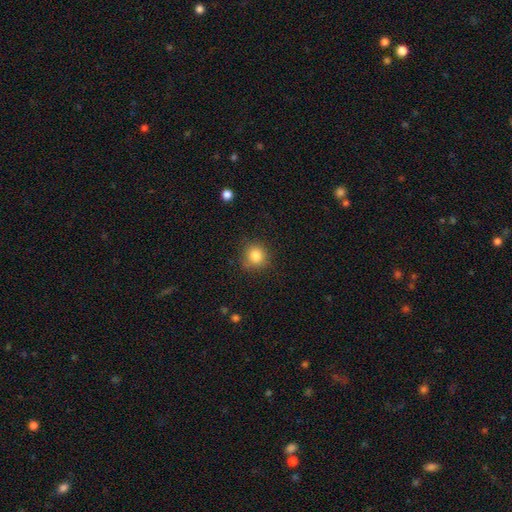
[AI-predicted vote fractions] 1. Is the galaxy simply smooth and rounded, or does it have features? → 83% smooth, 11% star or artifact, 6% featured or disk.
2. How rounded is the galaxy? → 89% round, 10% in between, 1% cigar-shaped.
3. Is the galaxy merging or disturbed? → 84% none, 12% minor disturbance, 3% major disturbance, 1% merger.